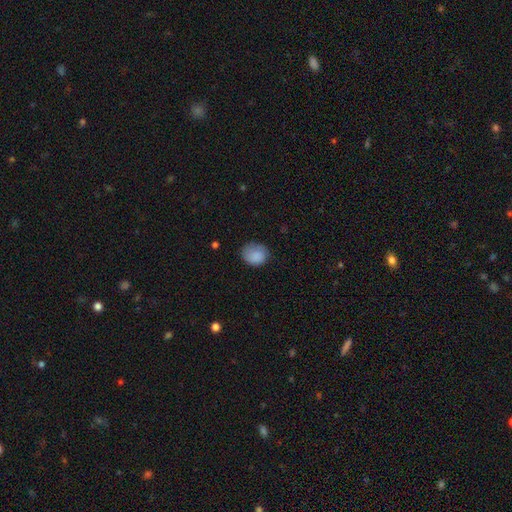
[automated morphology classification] A smooth galaxy with no disk features (86%) that is round (73%). Merging: none (69%).